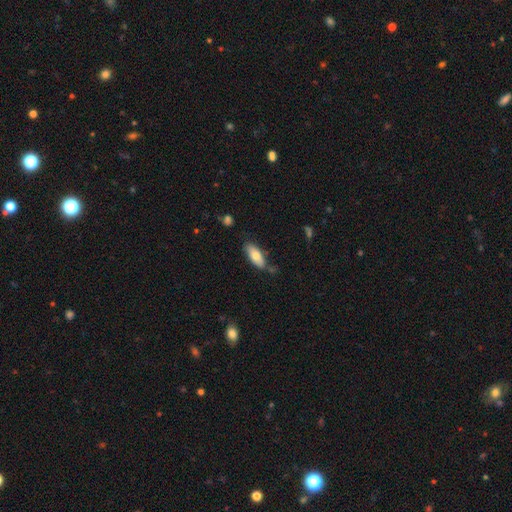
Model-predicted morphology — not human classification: Overall: smooth (75%). How rounded: in between (79%). Merging: none (71%).